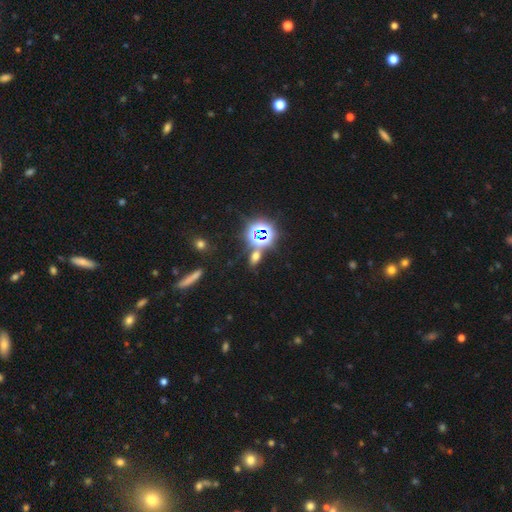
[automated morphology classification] This appears to be a smooth galaxy with no disk features (46%). Merging: none (72%).